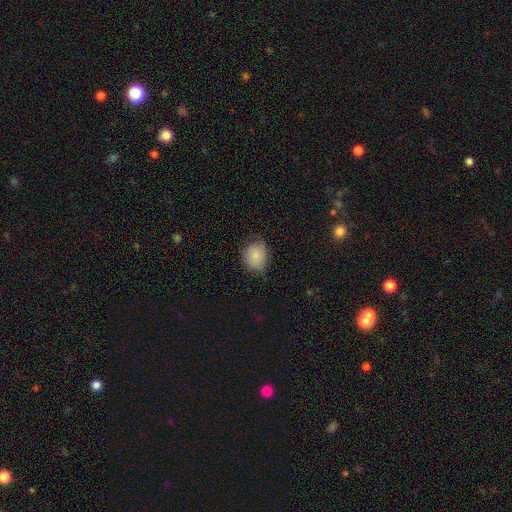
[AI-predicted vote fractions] Smooth or featured?
  - smooth: 86% *
  - star or artifact: 8%
  - featured or disk: 6%
How rounded?
  - round: 61% *
  - in between: 38%
  - cigar-shaped: 1%
Merging?
  - none: 73% *
  - minor disturbance: 21%
  - major disturbance: 4%
  - merger: 1%